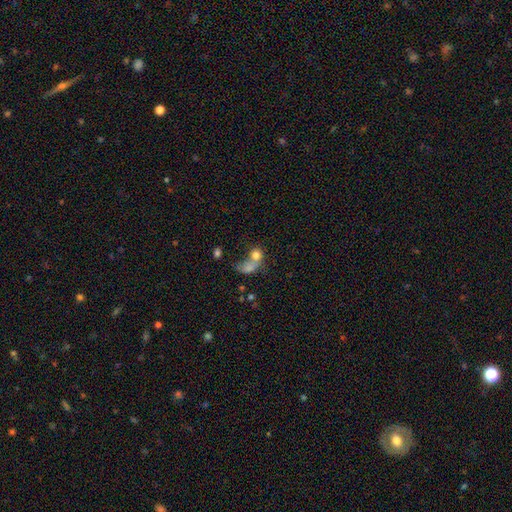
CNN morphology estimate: smooth_or_featured: smooth (p=0.72) [alt: featured or disk p=0.16]
how_rounded: round (p=0.60) [alt: in between p=0.38]
merging: merger (p=0.58) [alt: none p=0.21]